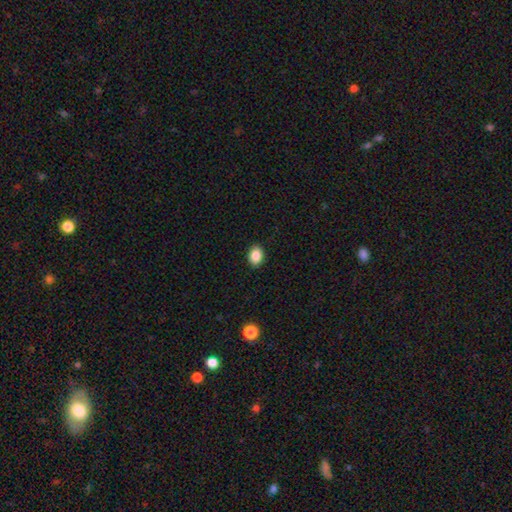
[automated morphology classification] type=smooth (86%); roundness=in between (68%); merging=none (90%).